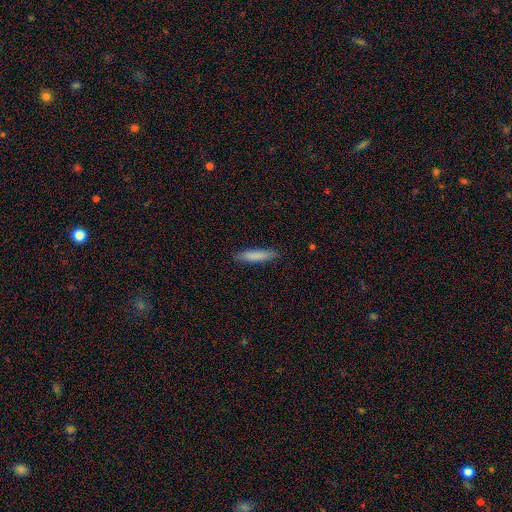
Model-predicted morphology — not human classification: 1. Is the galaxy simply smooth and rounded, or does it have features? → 84% smooth, 10% featured or disk, 6% star or artifact.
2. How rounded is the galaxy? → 84% cigar-shaped, 15% in between, 1% round.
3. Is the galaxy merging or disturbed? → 86% none, 11% minor disturbance, 2% major disturbance, 1% merger.